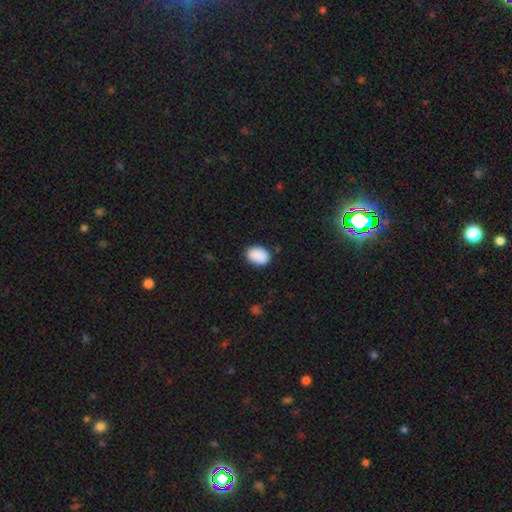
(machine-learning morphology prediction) Smooth or featured: smooth — 90% (star or artifact — 7%)
How rounded: in between — 78% (round — 21%)
Merging: none — 83% (minor disturbance — 12%)